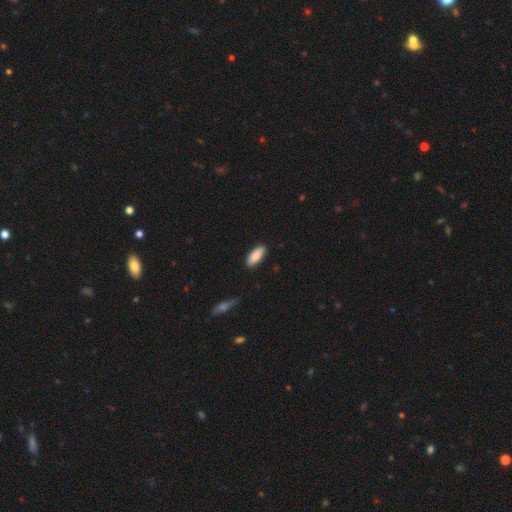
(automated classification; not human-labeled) This appears to be a smooth galaxy with no disk features (88%) that is in between round and cigar-shaped (80%). Merging: none (87%).